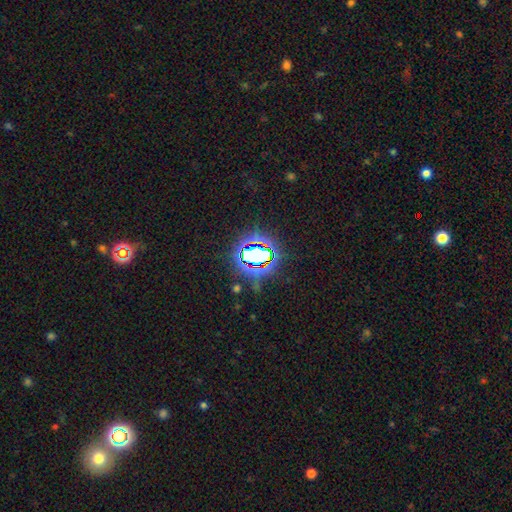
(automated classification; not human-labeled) smooth_or_featured: star or artifact (p=0.65) [alt: smooth p=0.22]